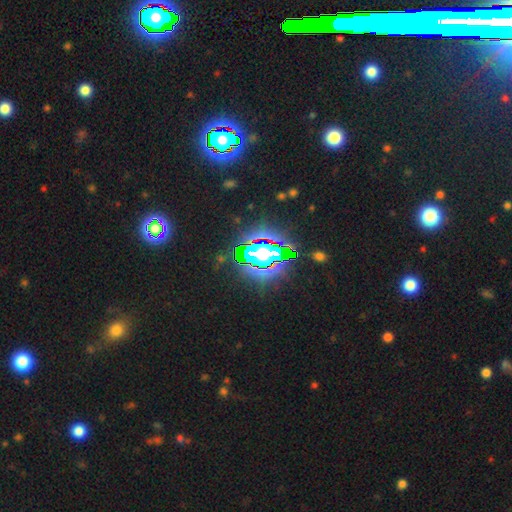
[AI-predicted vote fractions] smooth-or-featured: star or artifact: 74% | smooth: 14% | featured or disk: 12%